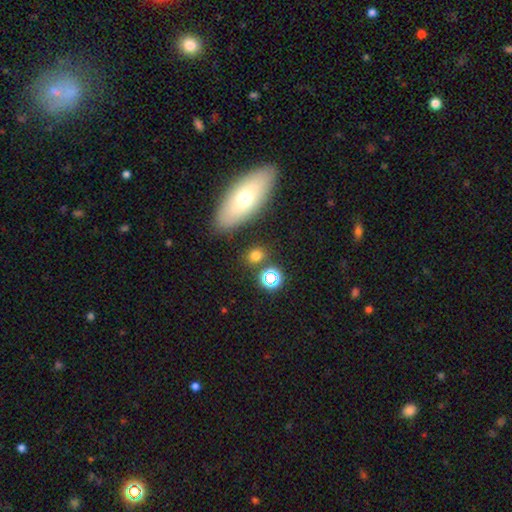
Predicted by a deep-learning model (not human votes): smooth 70%, star or artifact 21%, featured or disk 9%. Down the decision tree: how rounded — round (57%); merging — none (79%).